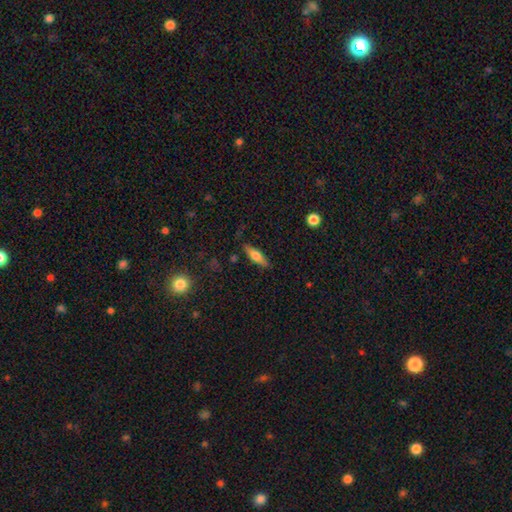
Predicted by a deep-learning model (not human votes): This is possibly a smooth galaxy (60%). How rounded: possibly cigar-shaped (56%). Merging: clearly none (82%).